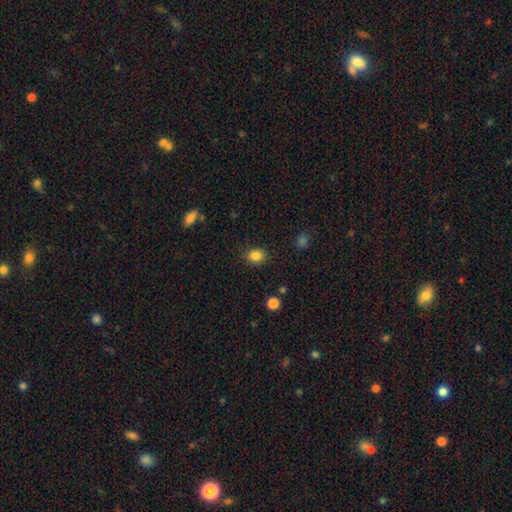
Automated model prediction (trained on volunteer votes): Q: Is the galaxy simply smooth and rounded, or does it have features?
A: smooth — 85%.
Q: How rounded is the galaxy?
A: round — 56%.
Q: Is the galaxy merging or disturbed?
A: none — 86%.